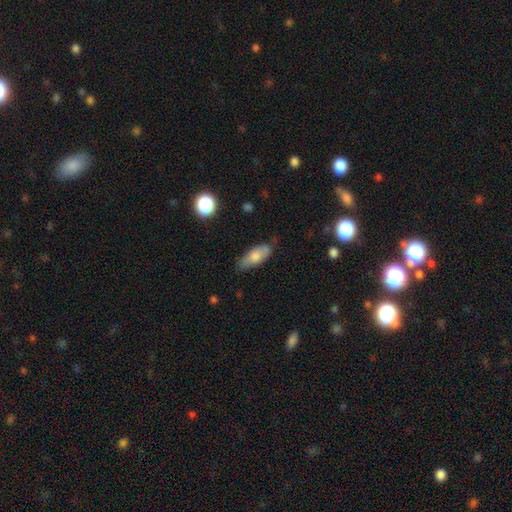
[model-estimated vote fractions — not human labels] This appears to be a smooth galaxy with no disk features (74%) that is in between round and cigar-shaped (77%). Merging: none (74%).